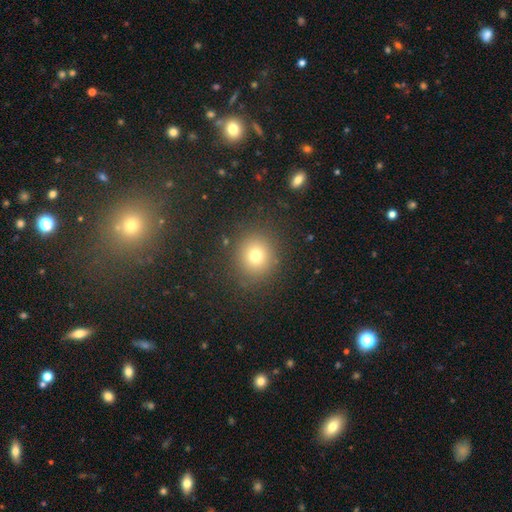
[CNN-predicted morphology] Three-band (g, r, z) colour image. It shows a smooth galaxy with no disk features (74%) that is round (85%). Merging: none (87%).